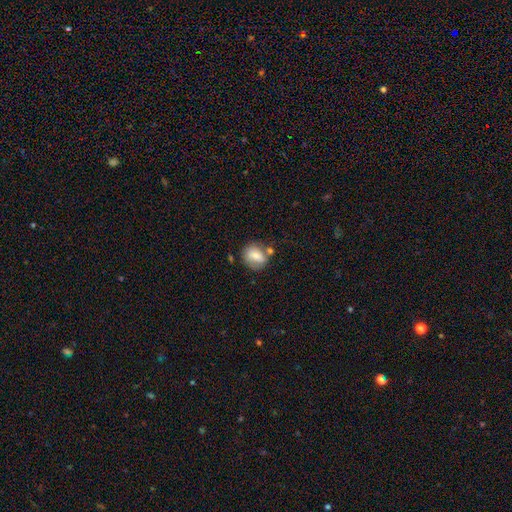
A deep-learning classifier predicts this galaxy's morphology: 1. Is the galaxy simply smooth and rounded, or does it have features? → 69% smooth, 23% featured or disk, 8% star or artifact.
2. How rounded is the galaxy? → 64% round, 35% in between, 1% cigar-shaped.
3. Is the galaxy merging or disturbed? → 59% none, 20% minor disturbance, 15% merger, 7% major disturbance.